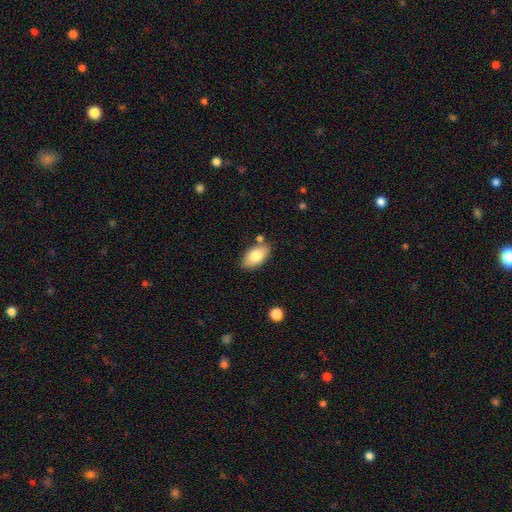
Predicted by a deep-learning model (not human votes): Q: Smooth or featured?
A: smooth (80%); runner-up: featured or disk (14%)
Q: How rounded?
A: in between (94%); runner-up: round (4%)
Q: Merging?
A: none (79%); runner-up: minor disturbance (13%)